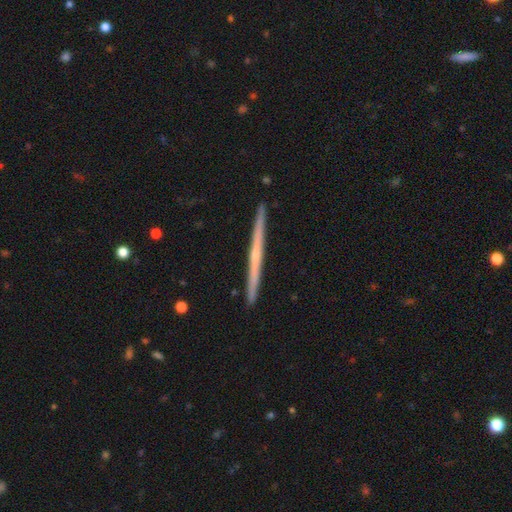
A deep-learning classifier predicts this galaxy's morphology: Smooth or featured: featured or disk — 69% (smooth — 26%)
Edge-on disk: yes — 98% (no — 2%)
Edge-on bulge: none — 63% (rounded — 33%)
Merging: none — 93% (minor disturbance — 5%)